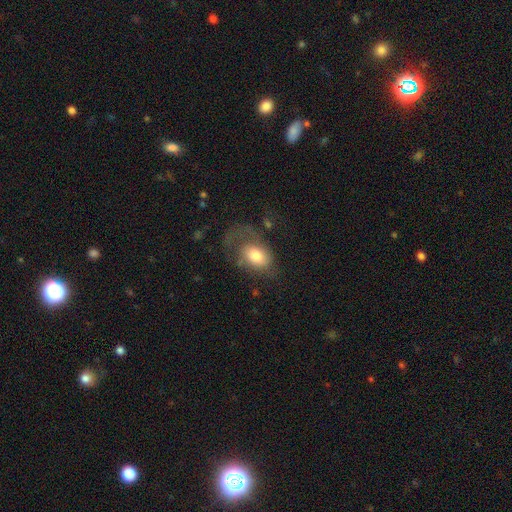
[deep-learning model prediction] Overall: smooth (61%; featured or disk 31%). How rounded: in between (79%). Merging: major disturbance (43%; none 32%).